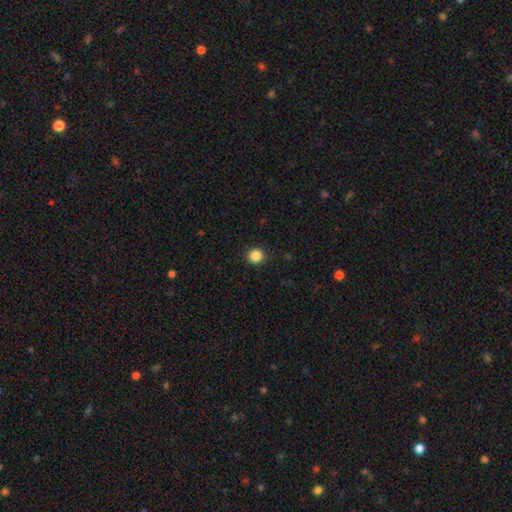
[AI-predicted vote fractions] This appears to be a smooth galaxy with no disk features (86%) that is round (93%). Merging: none (92%).